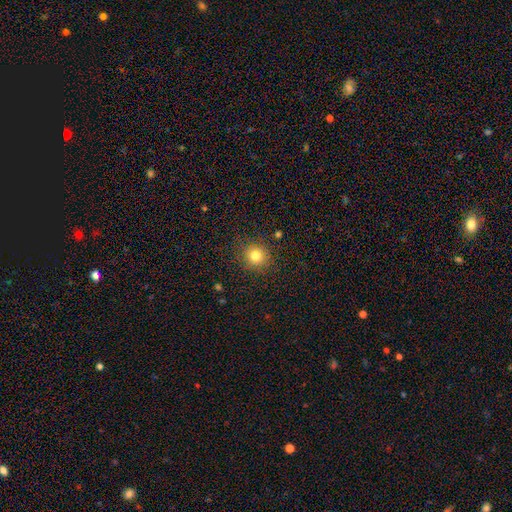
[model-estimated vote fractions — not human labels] smooth 80%, star or artifact 13%, featured or disk 7%. Down the decision tree: how rounded — round (91%); merging — none (88%).